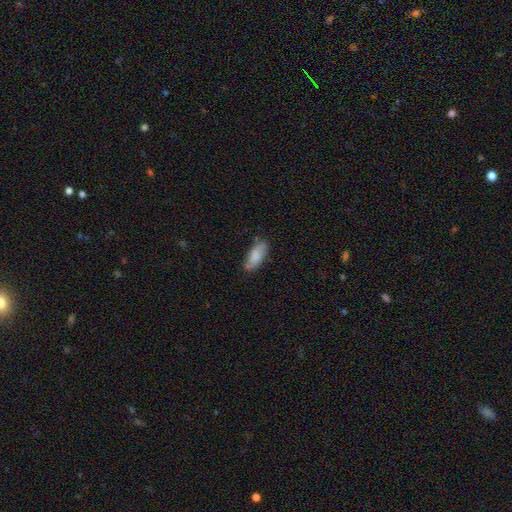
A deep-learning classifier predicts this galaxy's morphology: A smooth galaxy with no disk features (78%) that is in between round and cigar-shaped (78%).

Vote fractions:
- Smooth or featured? smooth: 78% / featured or disk: 16% / star or artifact: 6%
- How rounded? in between: 78% / cigar-shaped: 20% / round: 2%
- Merging? none: 75% / minor disturbance: 19% / major disturbance: 3% / merger: 2%